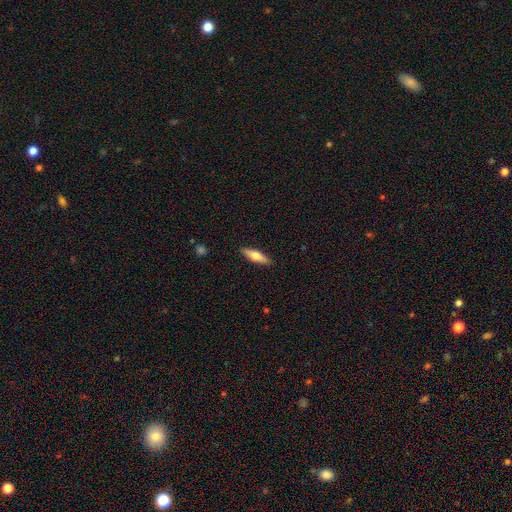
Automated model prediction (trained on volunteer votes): This appears to be a smooth galaxy with no disk features (56%) that is cigar-shaped (62%). Merging: none (89%).